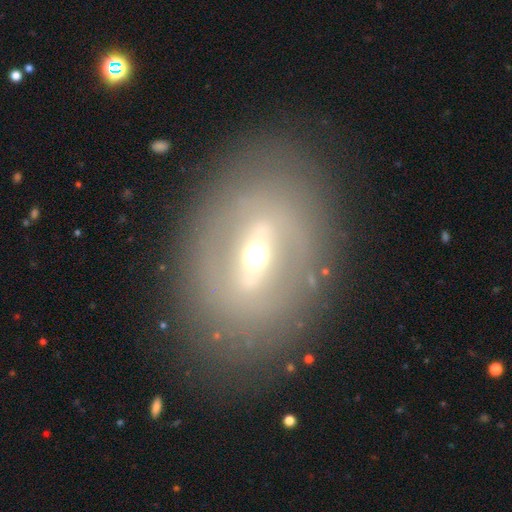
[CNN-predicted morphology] smooth-or-featured: featured or disk: 67% | smooth: 23% | star or artifact: 10%
  disk-edge-on: no: 86% | yes: 14%
    bar: strong: 45% | weak: 39% | no: 17%
    has-spiral-arms: no: 74% | yes: 26%
    bulge-size: moderate: 58% | small: 34% | large: 5% | dominant: 1% | none: 1%
  merging: none: 82% | minor disturbance: 11% | major disturbance: 5% | merger: 2%